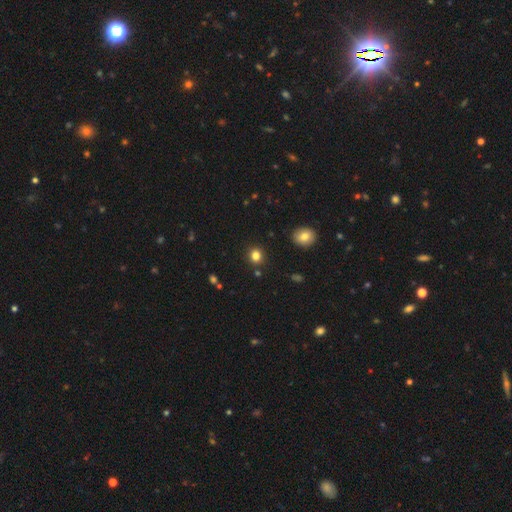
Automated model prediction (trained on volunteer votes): A smooth galaxy with no disk features (82%) that is round (85%).

Vote fractions:
- Smooth or featured? smooth: 82% / star or artifact: 13% / featured or disk: 5%
- How rounded? round: 85% / in between: 14% / cigar-shaped: 1%
- Merging? none: 89% / minor disturbance: 6% / merger: 3% / major disturbance: 2%